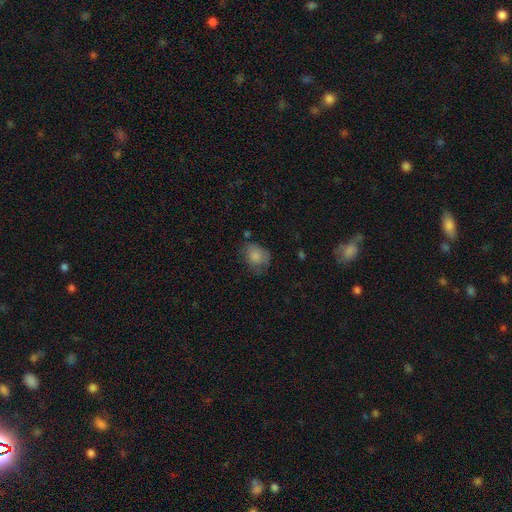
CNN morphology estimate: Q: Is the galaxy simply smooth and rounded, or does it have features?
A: smooth — 79%.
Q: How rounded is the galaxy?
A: in between — 61%.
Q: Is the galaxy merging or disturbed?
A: none — 50%.